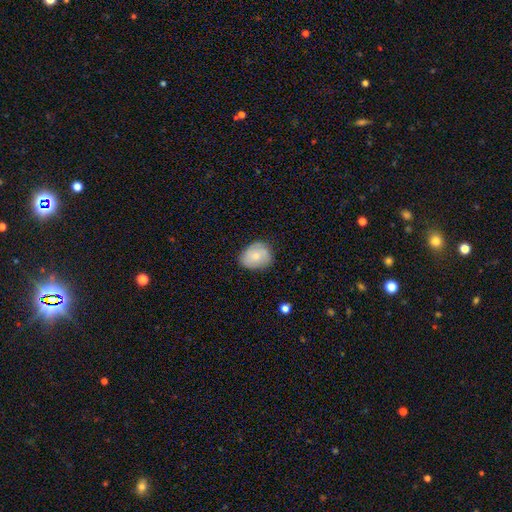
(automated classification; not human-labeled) smooth-or-featured: smooth: 70% | featured or disk: 23% | star or artifact: 7%
  how-rounded: in between: 53% | round: 46% | cigar-shaped: 1%
  merging: none: 71% | minor disturbance: 23% | major disturbance: 5% | merger: 1%